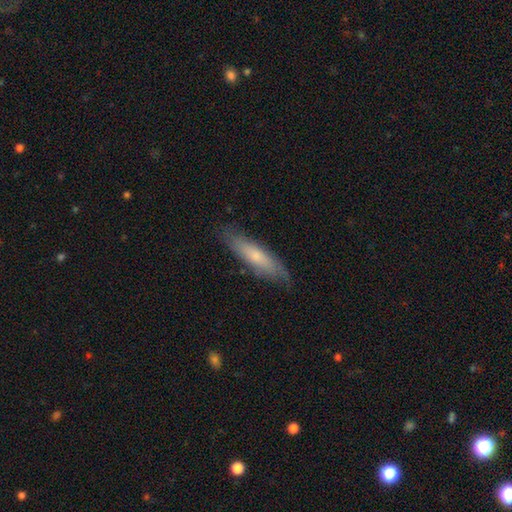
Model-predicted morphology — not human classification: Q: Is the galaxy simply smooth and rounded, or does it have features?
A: smooth — 57%.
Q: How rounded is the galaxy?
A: cigar-shaped — 73%.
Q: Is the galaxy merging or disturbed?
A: none — 80%.